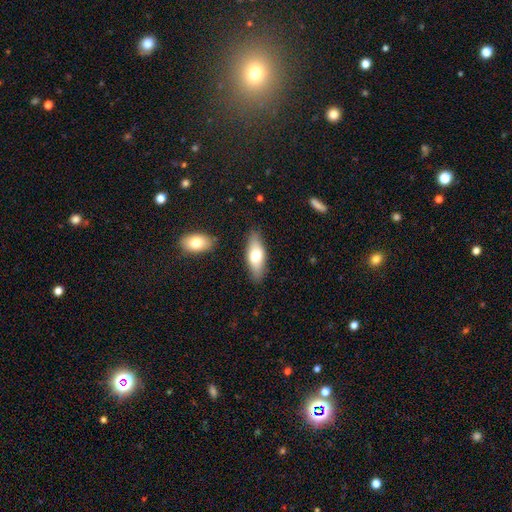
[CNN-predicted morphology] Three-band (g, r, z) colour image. It shows a smooth galaxy with no disk features (68%) that is in between round and cigar-shaped (71%). Merging: none (84%).